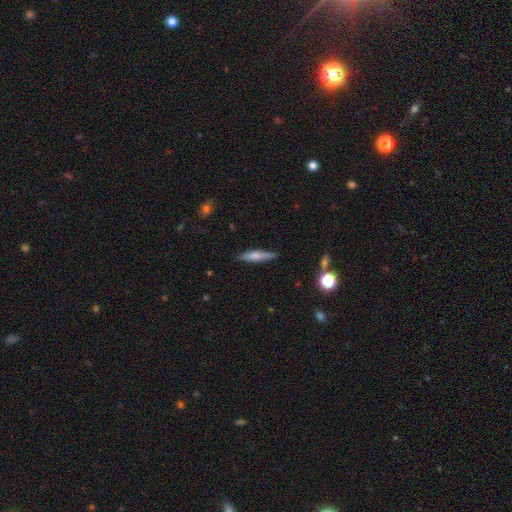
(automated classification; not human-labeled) The model was most divided on "smooth or featured": smooth: 52%, featured or disk: 41%, star or artifact: 7%. More confident: how rounded — cigar-shaped (87%); merging — none (87%).